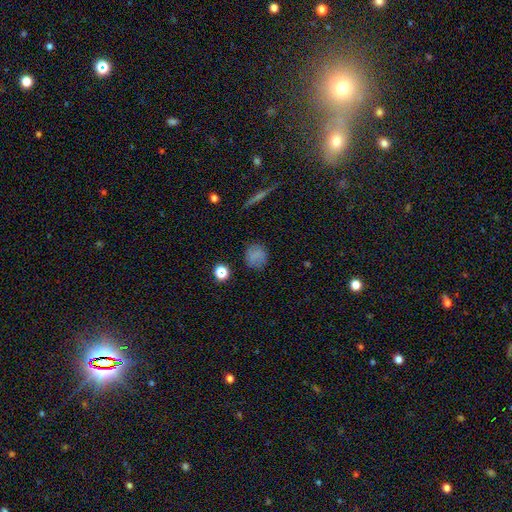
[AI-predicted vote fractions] smooth_or_featured: smooth (p=0.76) [alt: star or artifact p=0.14]
how_rounded: round (p=0.86) [alt: in between p=0.13]
merging: none (p=0.82) [alt: minor disturbance p=0.12]